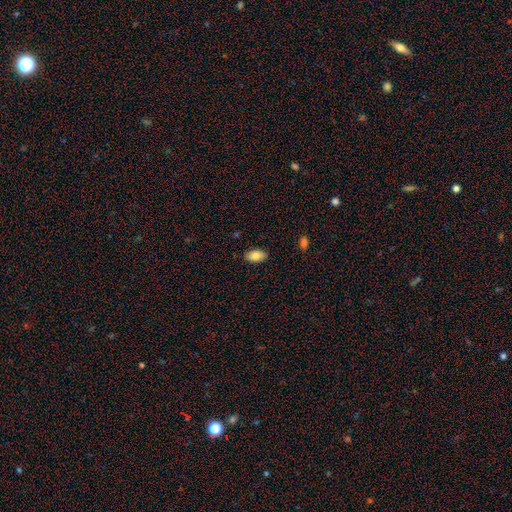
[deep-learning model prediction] smooth-or-featured: smooth: 81% | featured or disk: 11% | star or artifact: 7%
  how-rounded: in between: 93% | round: 5% | cigar-shaped: 2%
  merging: none: 86% | minor disturbance: 11% | major disturbance: 2% | merger: 1%